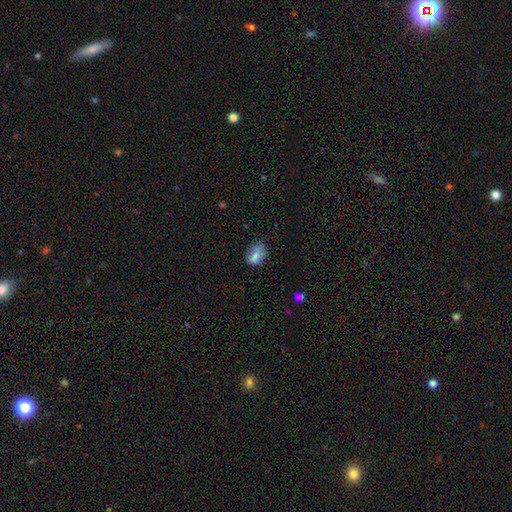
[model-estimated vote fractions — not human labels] Morphology: type=smooth (79%); roundness=in between (80%); merging=none (58%).